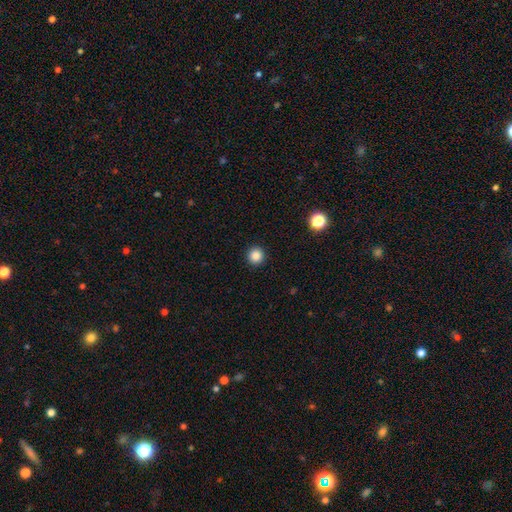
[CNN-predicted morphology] smooth-or-featured: smooth: 85% | star or artifact: 11% | featured or disk: 4%
  how-rounded: round: 95% | in between: 4% | cigar-shaped: 1%
  merging: none: 93% | minor disturbance: 4% | major disturbance: 2% | merger: 1%